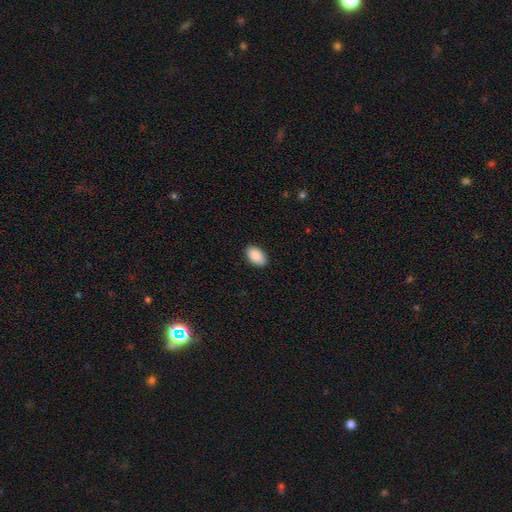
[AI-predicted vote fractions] Smooth or featured?
  - smooth: 89% *
  - star or artifact: 6%
  - featured or disk: 4%
How rounded?
  - in between: 94% *
  - round: 5%
  - cigar-shaped: 1%
Merging?
  - none: 89% *
  - minor disturbance: 8%
  - major disturbance: 2%
  - merger: 1%